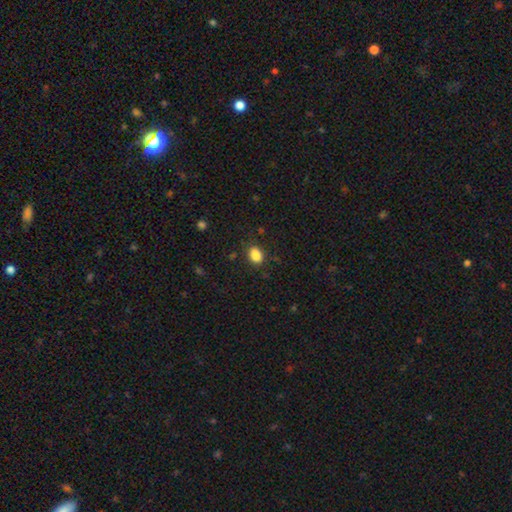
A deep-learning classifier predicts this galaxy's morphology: smooth_or_featured: smooth (p=0.86) [alt: star or artifact p=0.10]
how_rounded: in between (p=0.72) [alt: round p=0.27]
merging: none (p=0.85) [alt: minor disturbance p=0.11]